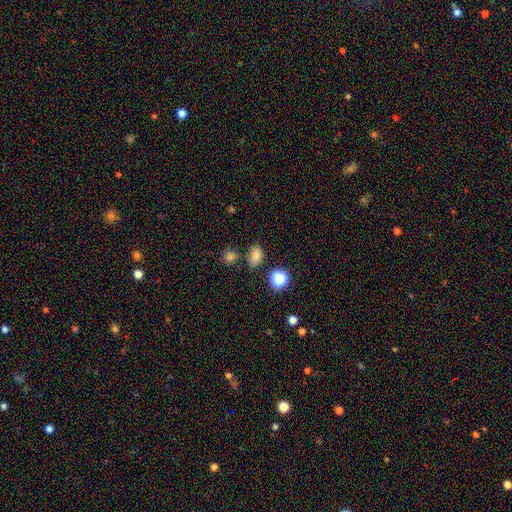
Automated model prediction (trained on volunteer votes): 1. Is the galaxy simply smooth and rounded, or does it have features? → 77% smooth, 17% star or artifact, 6% featured or disk.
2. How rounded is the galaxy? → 74% in between, 25% round, 1% cigar-shaped.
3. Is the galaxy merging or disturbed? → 76% none, 13% minor disturbance, 7% merger, 4% major disturbance.